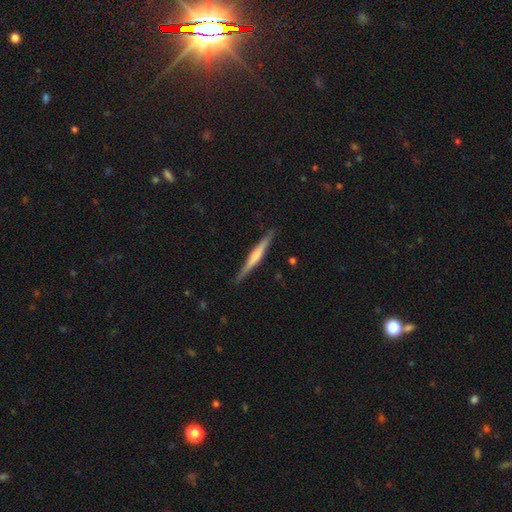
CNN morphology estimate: This appears to be a featured or disk galaxy (61%) viewed edge-on (98%) with a rounded central bulge (59%). Merging: none (89%).